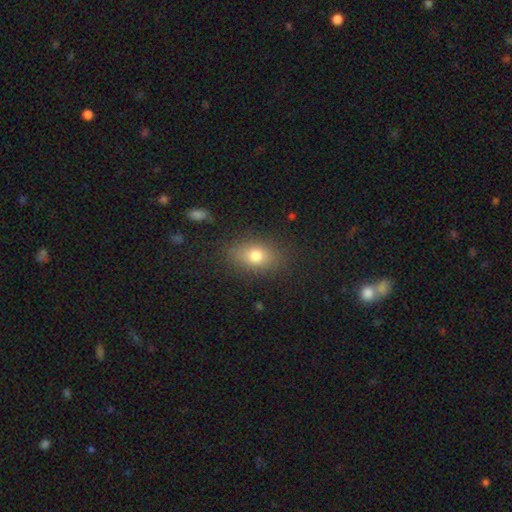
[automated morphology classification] Smooth or featured: smooth — 77% (featured or disk — 12%)
How rounded: in between — 79% (round — 18%)
Merging: none — 83% (minor disturbance — 12%)